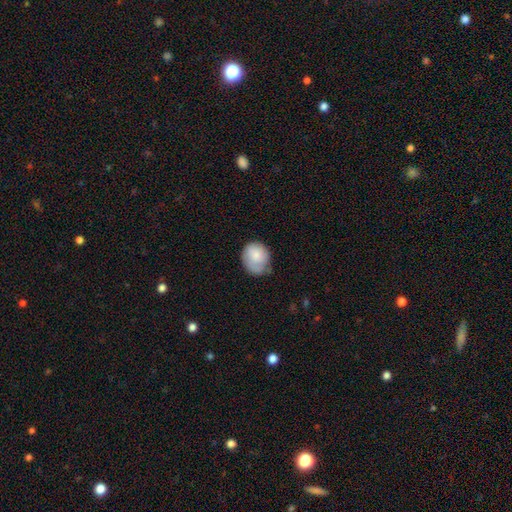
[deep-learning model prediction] Smooth or featured? smooth (78%)
How rounded? round (63%)
Merging? none (48%)